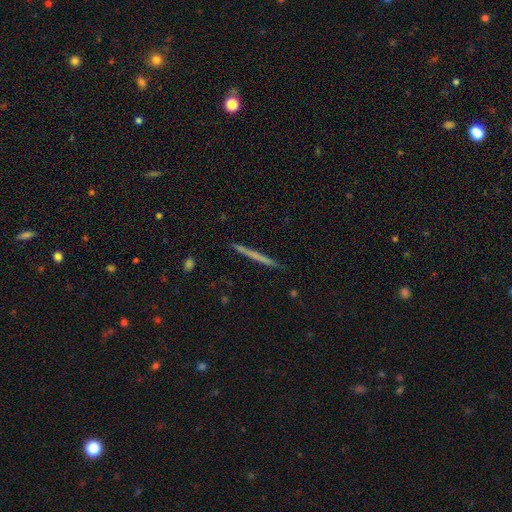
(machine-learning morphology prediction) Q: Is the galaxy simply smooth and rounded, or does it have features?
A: smooth — 52%.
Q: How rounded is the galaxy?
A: cigar-shaped — 97%.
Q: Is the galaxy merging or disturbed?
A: none — 92%.